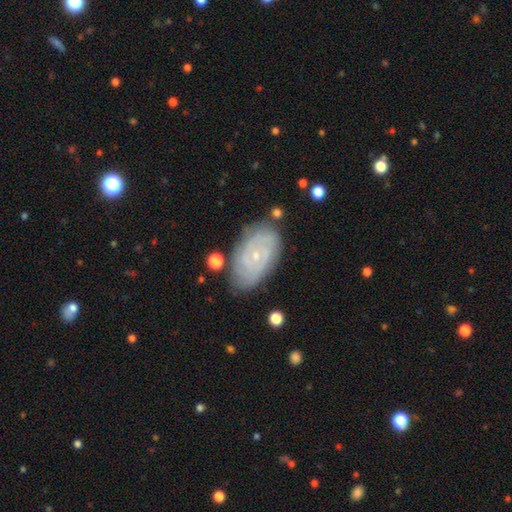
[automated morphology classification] smooth-or-featured: featured or disk: 80% | smooth: 13% | star or artifact: 7%
  disk-edge-on: no: 96% | yes: 4%
    bar: no: 69% | weak: 25% | strong: 5%
    has-spiral-arms: yes: 94% | no: 6%
      spiral-winding: tight: 73% | medium: 22% | loose: 5%
      spiral-arm-count: 2: 38% | can't tell: 30% | 3: 15% | 4: 8% | more than 4: 4% | 1: 4%
    bulge-size: small: 81% | moderate: 15% | none: 2% | large: 1% | dominant: 1%
  merging: none: 78% | minor disturbance: 16% | major disturbance: 4% | merger: 2%